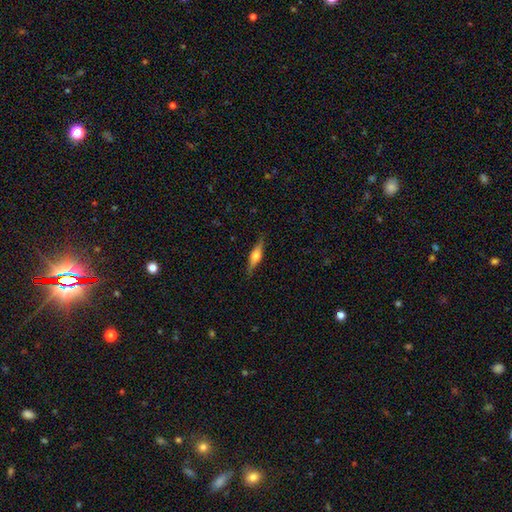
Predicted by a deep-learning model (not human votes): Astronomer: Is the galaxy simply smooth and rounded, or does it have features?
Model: featured or disk — 55% (runner-up: smooth, 39%).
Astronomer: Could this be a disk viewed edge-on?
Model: yes — 94%.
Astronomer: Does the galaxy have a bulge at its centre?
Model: rounded — 89%.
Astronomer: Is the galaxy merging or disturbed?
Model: none — 86%.